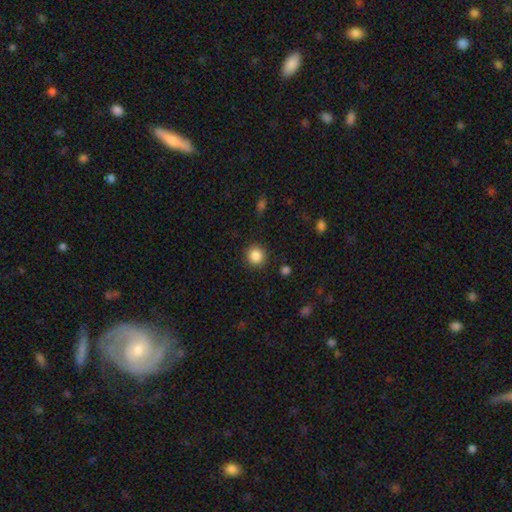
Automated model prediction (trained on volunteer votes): The model was most divided on "smooth or featured": smooth: 86%, star or artifact: 10%, featured or disk: 4%. More confident: how rounded — round (91%); merging — none (90%).